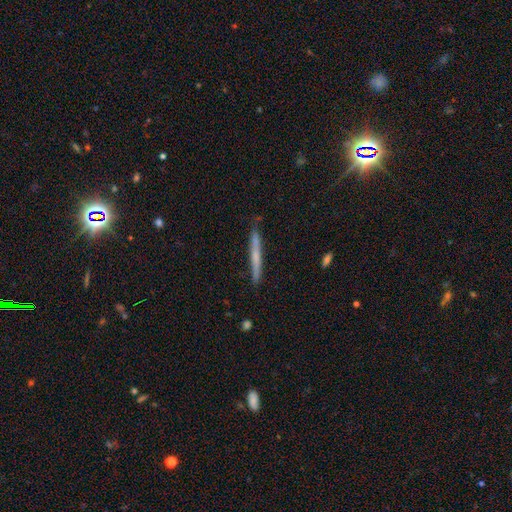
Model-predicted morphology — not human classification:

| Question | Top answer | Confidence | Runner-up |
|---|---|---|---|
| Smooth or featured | featured or disk | 49% | smooth (44%) |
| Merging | none | 87% | minor disturbance (10%) |